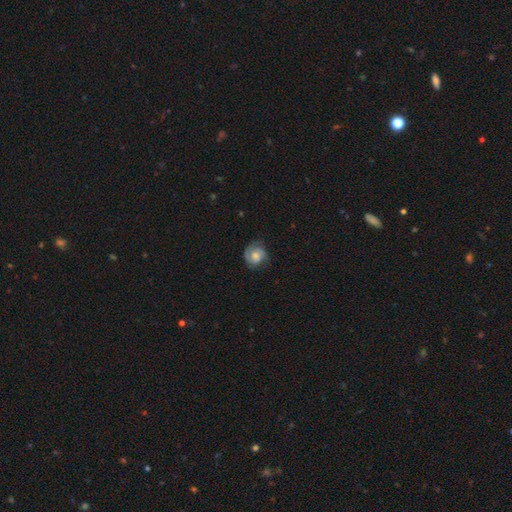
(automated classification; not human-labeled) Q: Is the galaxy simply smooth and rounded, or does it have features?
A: featured or disk — 58%.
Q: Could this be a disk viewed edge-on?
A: no — 97%.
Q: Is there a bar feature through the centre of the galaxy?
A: no — 71%.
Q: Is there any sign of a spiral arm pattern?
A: yes — 89%.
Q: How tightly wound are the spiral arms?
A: tight — 49%.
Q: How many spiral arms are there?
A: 2 — 57%.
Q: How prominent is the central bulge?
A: moderate — 52%.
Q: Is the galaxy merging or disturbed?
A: none — 66%.